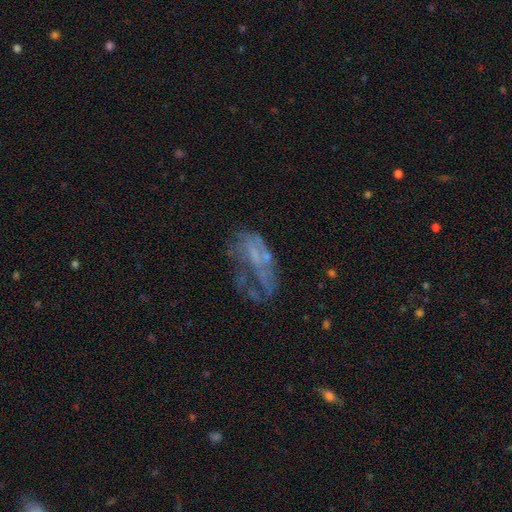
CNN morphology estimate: A featured or disk galaxy (56%) with no bar (80%), no spiral arms (78%) and no central bulge (64%).

Vote fractions:
- Smooth or featured? featured or disk: 56% / smooth: 27% / star or artifact: 17%
- Edge-on disk? no: 95% / yes: 5%
- Bar? no: 80% / weak: 16% / strong: 5%
- Spiral arms? no: 78% / yes: 22%
- Bulge size? none: 64% / small: 24% / moderate: 10% / large: 2% / dominant: 1%
- Merging? major disturbance: 45% / none: 28% / minor disturbance: 18% / merger: 10%